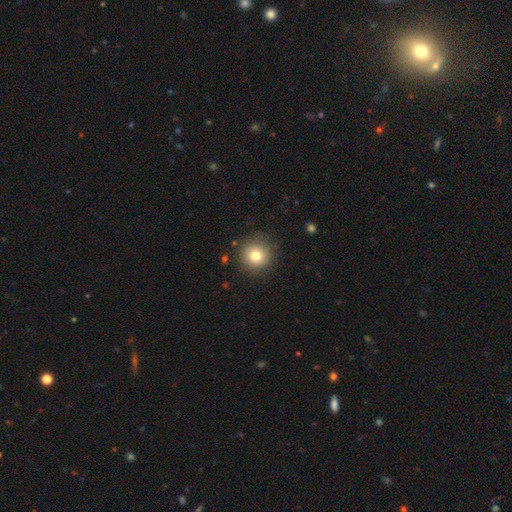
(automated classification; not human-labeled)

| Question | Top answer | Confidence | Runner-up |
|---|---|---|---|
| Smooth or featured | smooth | 79% | star or artifact (11%) |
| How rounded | round | 94% | in between (5%) |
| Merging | none | 88% | minor disturbance (8%) |